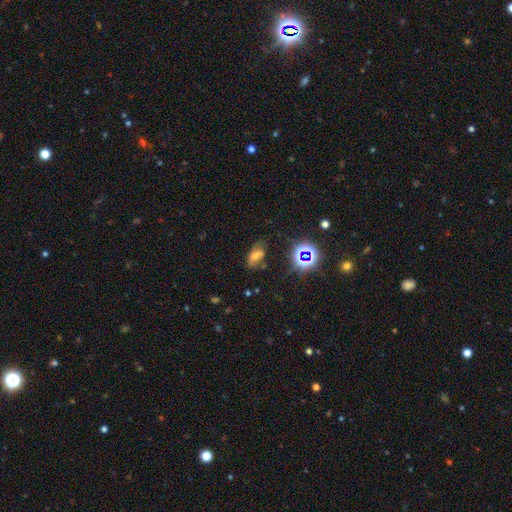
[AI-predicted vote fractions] Overall: smooth (52%; star or artifact 26%). How rounded: in between (86%). Merging: none (60%; minor disturbance 24%).